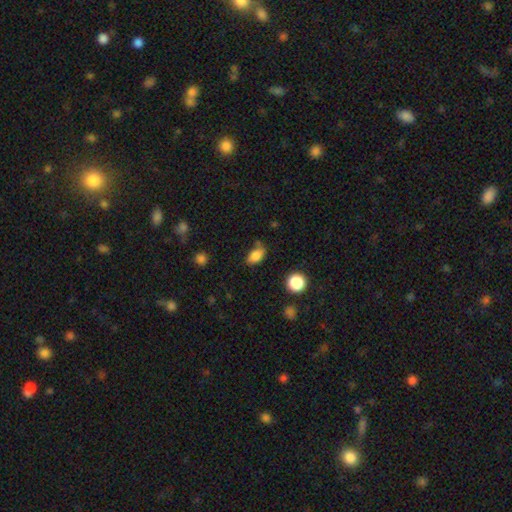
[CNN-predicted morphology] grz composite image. It shows a smooth galaxy with no disk features (82%) that is in between round and cigar-shaped (84%). Merging: none (59%).